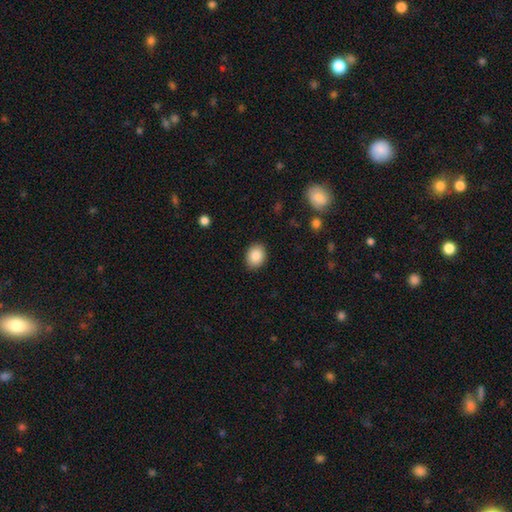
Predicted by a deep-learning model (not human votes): Q: Smooth or featured?
A: smooth (87%); runner-up: star or artifact (8%)
Q: How rounded?
A: round (50%); runner-up: in between (49%)
Q: Merging?
A: none (88%); runner-up: minor disturbance (8%)